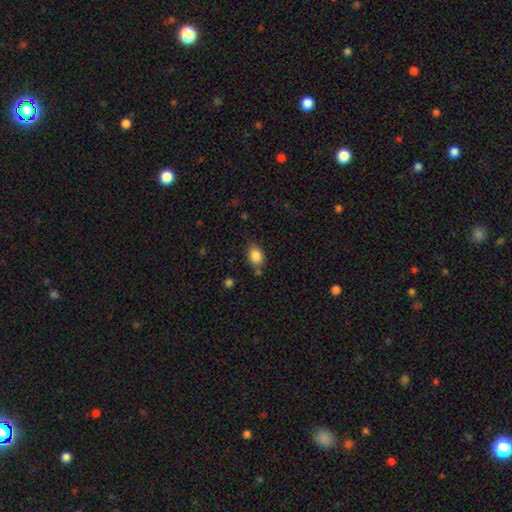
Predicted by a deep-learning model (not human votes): Smooth or featured: smooth — 86% (star or artifact — 9%)
How rounded: in between — 77% (round — 22%)
Merging: none — 72% (minor disturbance — 18%)